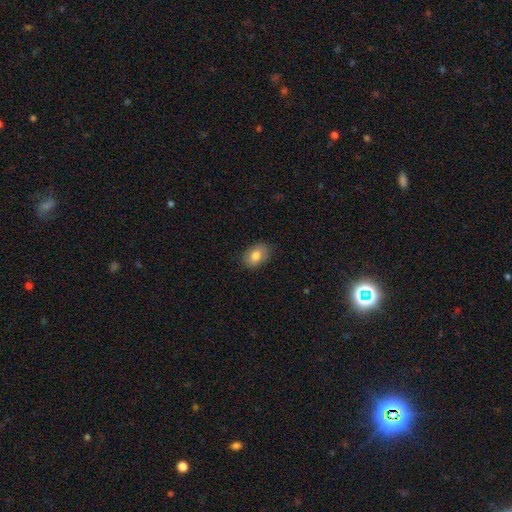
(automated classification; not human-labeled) Smooth or featured: smooth — 80% (featured or disk — 12%)
How rounded: in between — 82% (round — 17%)
Merging: none — 83% (minor disturbance — 13%)